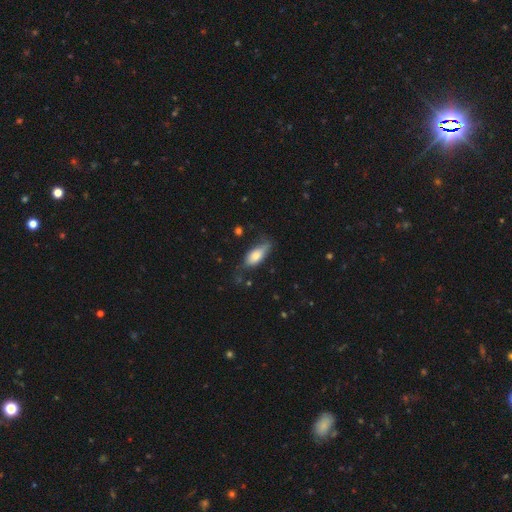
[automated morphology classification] A smooth galaxy with no disk features (71%) that is in between round and cigar-shaped (77%).

Vote fractions:
- Smooth or featured? smooth: 71% / featured or disk: 23% / star or artifact: 7%
- How rounded? in between: 77% / cigar-shaped: 20% / round: 3%
- Merging? none: 56% / minor disturbance: 31% / major disturbance: 10% / merger: 2%